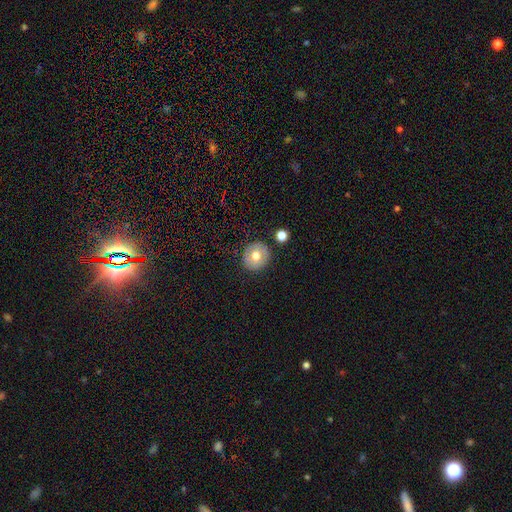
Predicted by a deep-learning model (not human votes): This appears to be a smooth galaxy with no disk features (69%) that is round (87%). Merging: none (87%).